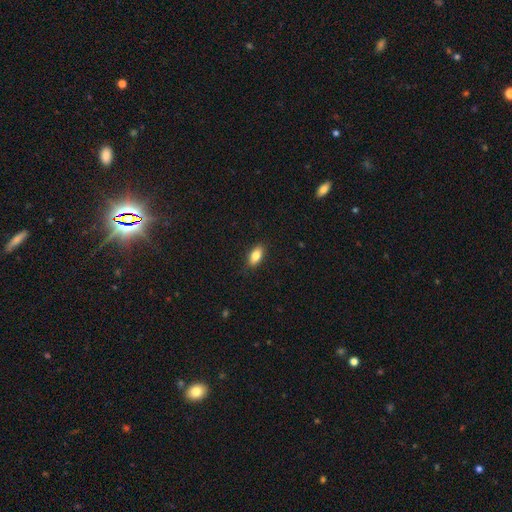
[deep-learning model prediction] Q: Smooth or featured?
A: smooth (81%); runner-up: featured or disk (12%)
Q: How rounded?
A: in between (86%); runner-up: cigar-shaped (10%)
Q: Merging?
A: none (87%); runner-up: minor disturbance (10%)